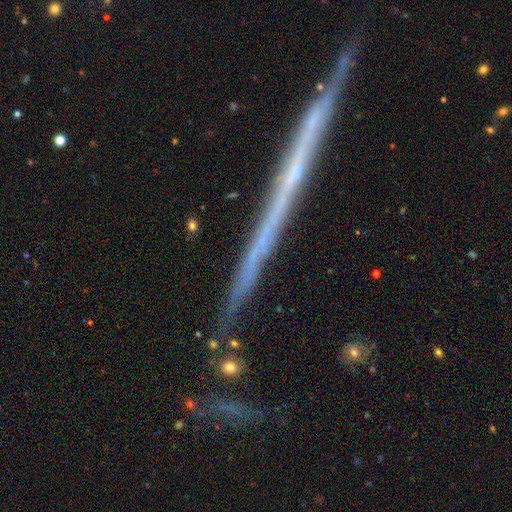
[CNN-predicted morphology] Smooth or featured? featured or disk (56%)
Edge-on disk? yes (94%)
Edge-on bulge? none (88%)
Merging? none (82%)